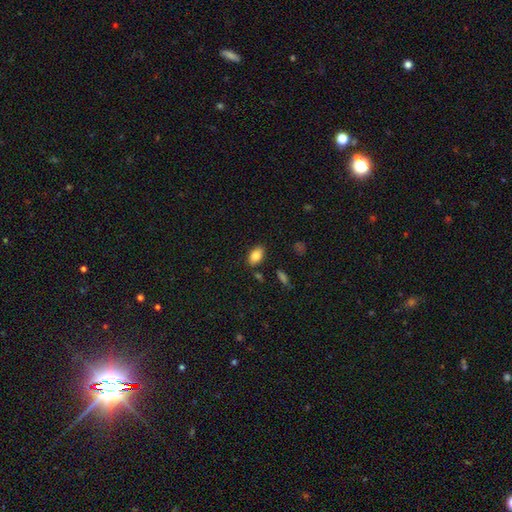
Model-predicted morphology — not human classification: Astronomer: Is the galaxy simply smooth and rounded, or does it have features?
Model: smooth — 83%.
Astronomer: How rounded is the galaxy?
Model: in between — 90%.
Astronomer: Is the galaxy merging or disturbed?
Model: none — 83%.